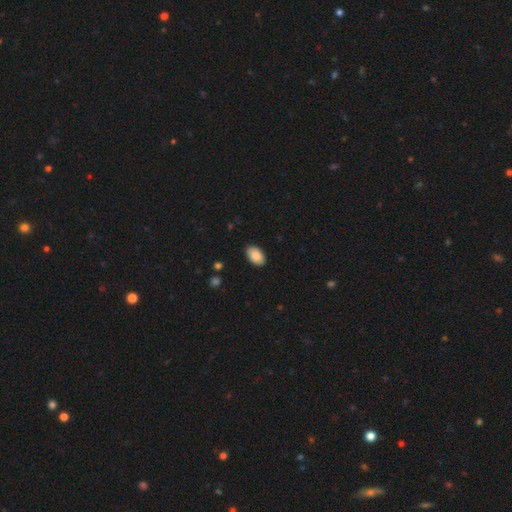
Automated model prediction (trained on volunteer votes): smooth_or_featured: smooth (p=0.89) [alt: star or artifact p=0.06]
how_rounded: in between (p=0.94) [alt: round p=0.05]
merging: none (p=0.88) [alt: minor disturbance p=0.09]